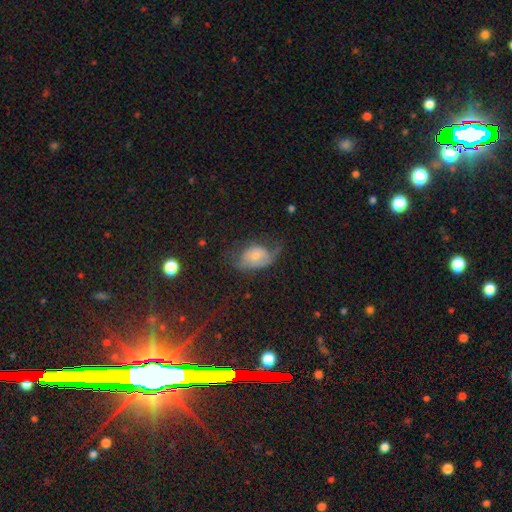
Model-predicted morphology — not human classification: The model was most divided on "smooth or featured": smooth: 49%, featured or disk: 41%, star or artifact: 10%. Remaining: merging — major disturbance (39%).